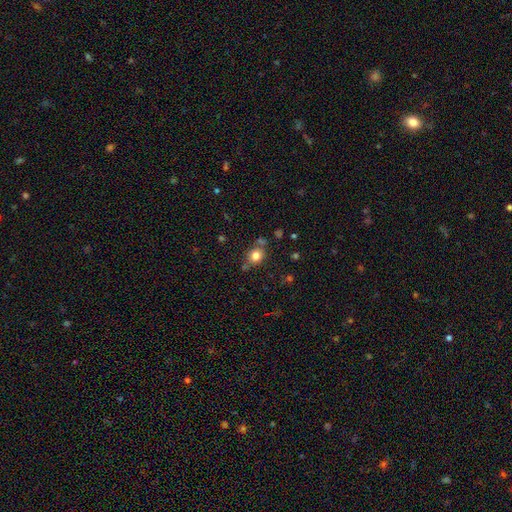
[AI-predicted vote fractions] Smooth or featured: smooth — 79% (star or artifact — 12%)
How rounded: round — 70% (in between — 29%)
Merging: none — 71% (minor disturbance — 14%)